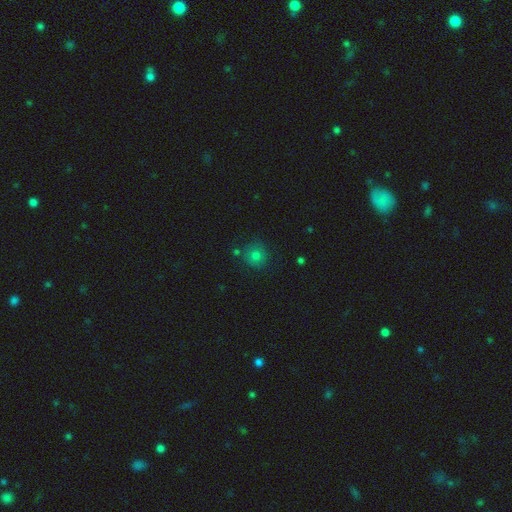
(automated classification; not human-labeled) A smooth galaxy with no disk features (75%) that is round (92%).

Vote fractions:
- Smooth or featured? smooth: 75% / star or artifact: 16% / featured or disk: 9%
- How rounded? round: 92% / in between: 7% / cigar-shaped: 1%
- Merging? none: 80% / minor disturbance: 12% / merger: 5% / major disturbance: 3%